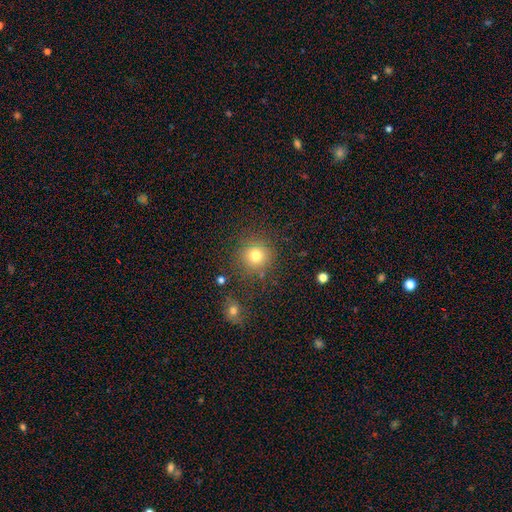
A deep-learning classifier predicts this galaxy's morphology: smooth 76%, star or artifact 16%, featured or disk 8%. Down the decision tree: how rounded — round (93%); merging — none (82%).